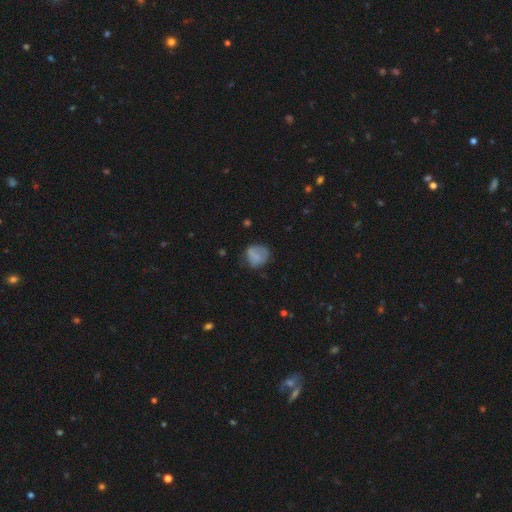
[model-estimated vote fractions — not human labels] The model was most divided on "merging": none: 58%, minor disturbance: 27%, major disturbance: 13%, merger: 2%. More confident: smooth or featured — smooth (73%); how rounded — round (73%).